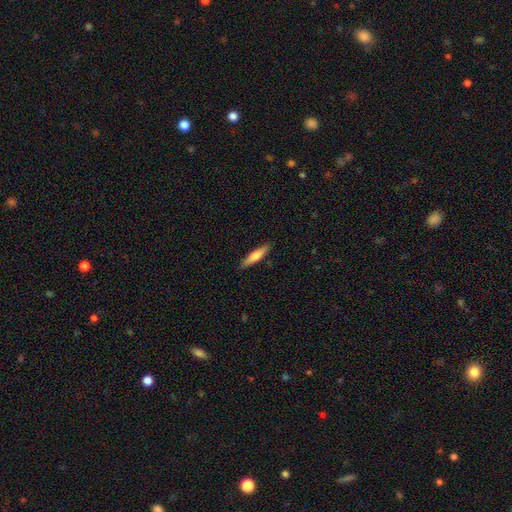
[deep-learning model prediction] smooth 61%, featured or disk 34%, star or artifact 6%. Down the decision tree: how rounded — cigar-shaped (83%); merging — none (89%).